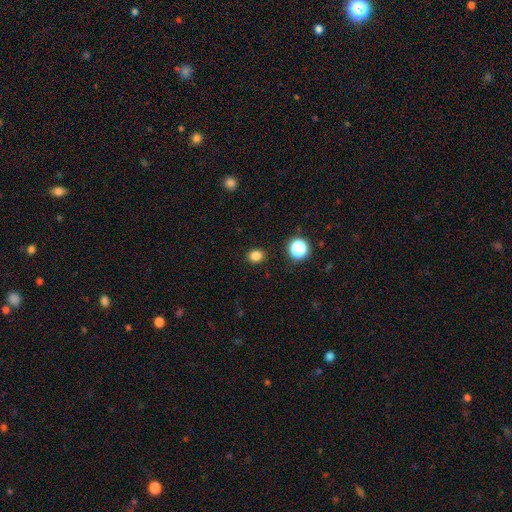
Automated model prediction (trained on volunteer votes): Morphology: type=smooth (82%); roundness=round (72%); merging=none (90%).